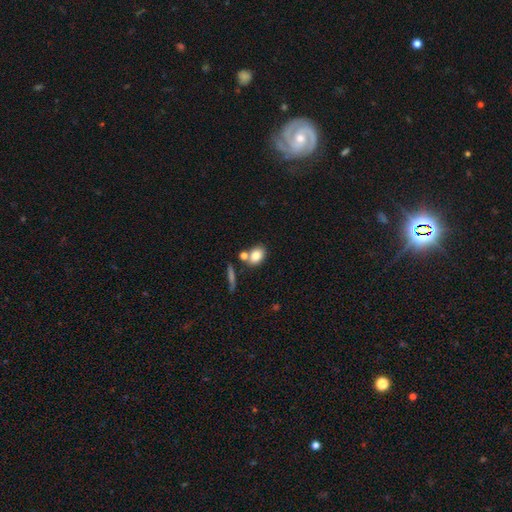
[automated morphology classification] This is clearly a smooth galaxy (80%). How rounded: likely in between (71%). Merging: possibly none (59%).